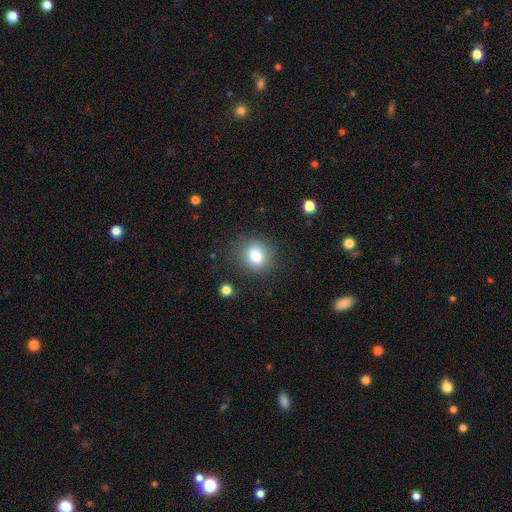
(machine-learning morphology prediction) A smooth galaxy with no disk features (81%) that is round (70%).

Vote fractions:
- Smooth or featured? smooth: 81% / star or artifact: 11% / featured or disk: 8%
- How rounded? round: 70% / in between: 29% / cigar-shaped: 1%
- Merging? none: 82% / minor disturbance: 12% / major disturbance: 4% / merger: 2%